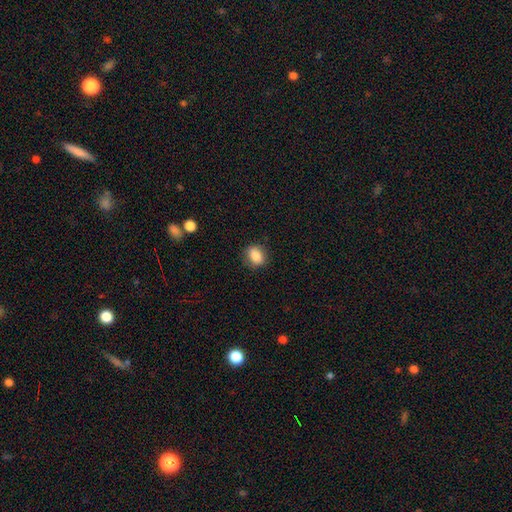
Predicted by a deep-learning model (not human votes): A smooth galaxy with no disk features (86%) that is in between round and cigar-shaped (59%). Merging: none (84%).